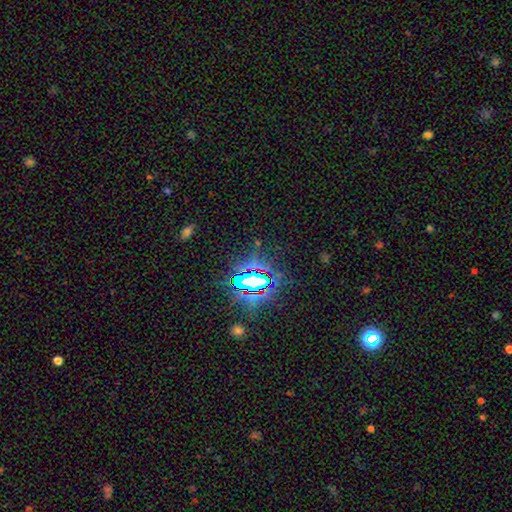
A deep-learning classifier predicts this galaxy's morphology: type=star or artifact (81%).